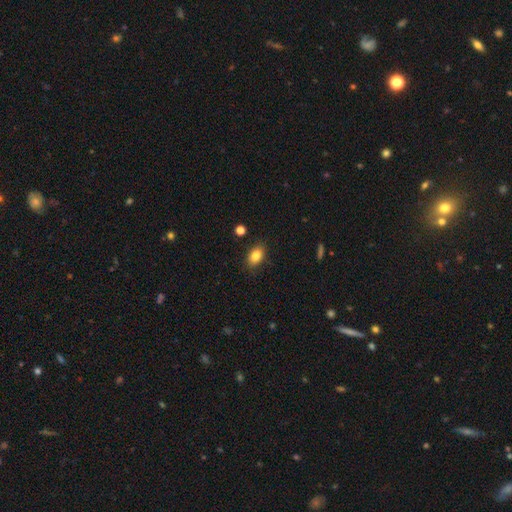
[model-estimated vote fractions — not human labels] Morphology: type=smooth (83%); roundness=in between (84%); merging=none (85%).